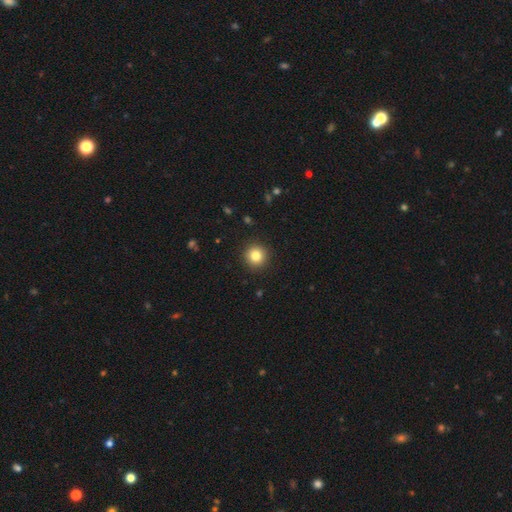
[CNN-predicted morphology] Smooth or featured? smooth (83%)
How rounded? round (95%)
Merging? none (92%)